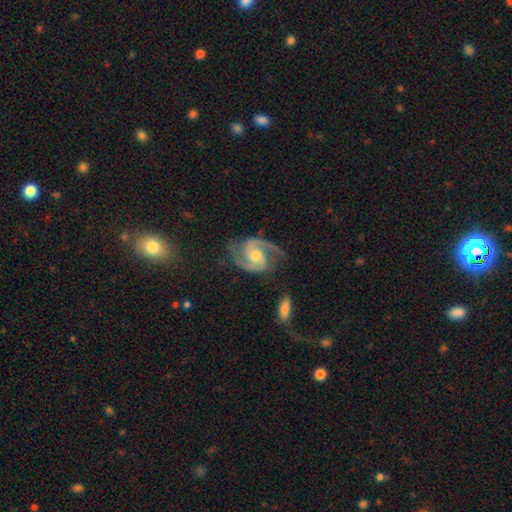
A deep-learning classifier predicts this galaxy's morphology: The model was most divided on "bar": no: 50%, weak: 41%, strong: 9%. More confident: spiral arms — yes (98%); edge-on disk — no (98%); smooth or featured — featured or disk (91%); spiral arm count — 2 (90%); merging — none (69%); bulge size — moderate (64%); spiral winding — medium (58%).